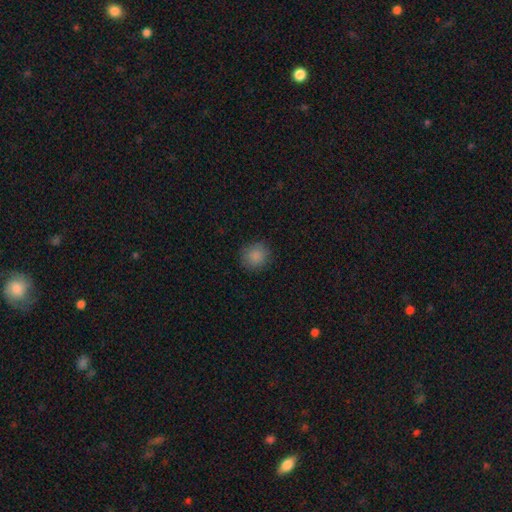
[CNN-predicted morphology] A smooth galaxy with no disk features (86%) that is round (88%). Merging: none (88%).